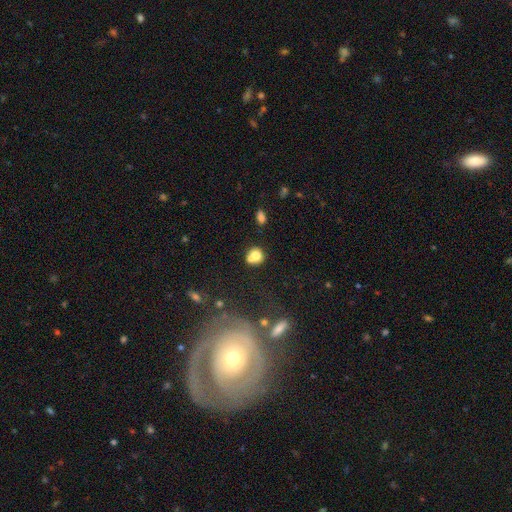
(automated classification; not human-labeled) Smooth or featured? smooth (74%)
How rounded? round (78%)
Merging? merger (42%, tied with none)